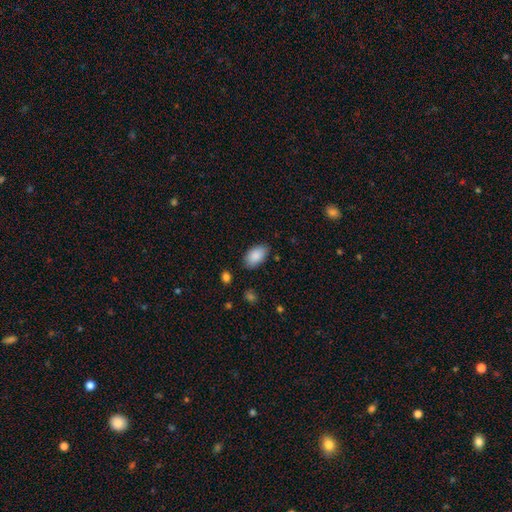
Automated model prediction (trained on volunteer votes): Morphology: type=smooth (88%); roundness=in between (94%); merging=none (82%).